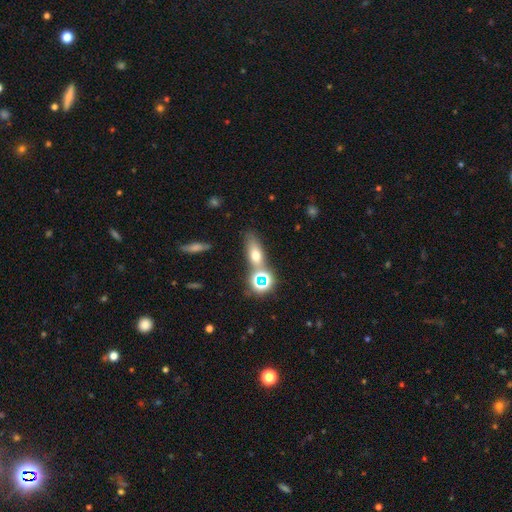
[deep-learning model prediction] Q: Smooth or featured?
A: smooth (61%); runner-up: star or artifact (20%)
Q: How rounded?
A: in between (57%); runner-up: cigar-shaped (27%)
Q: Merging?
A: none (61%); runner-up: merger (21%)